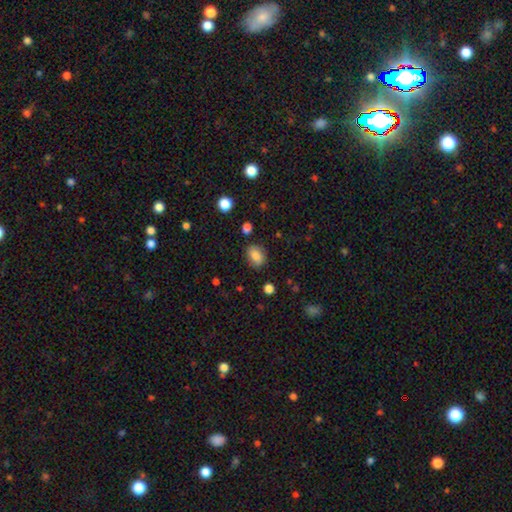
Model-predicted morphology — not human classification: Overall: smooth (81%). How rounded: in between (67%; round 32%). Merging: none (79%).